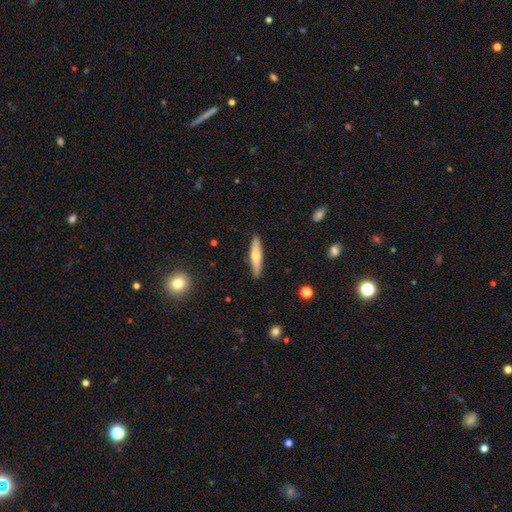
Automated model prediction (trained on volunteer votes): Smooth or featured? Predicted: smooth (p=0.53). How rounded? Predicted: cigar-shaped (p=0.82). Merging? Predicted: none (p=0.88).